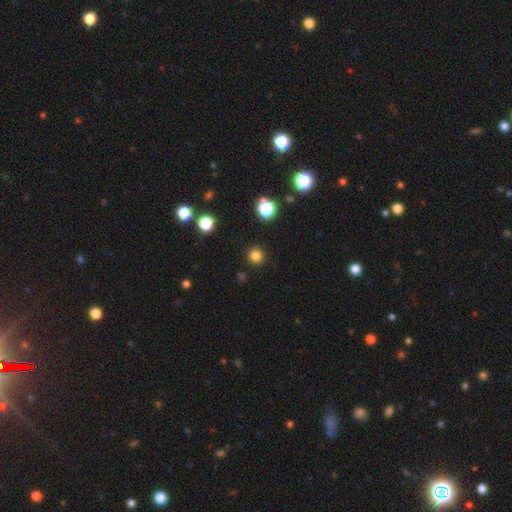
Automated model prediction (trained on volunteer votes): smooth-or-featured: smooth: 80% | star or artifact: 16% | featured or disk: 4%
  how-rounded: round: 94% | in between: 5% | cigar-shaped: 1%
  merging: none: 92% | minor disturbance: 5% | major disturbance: 2% | merger: 1%